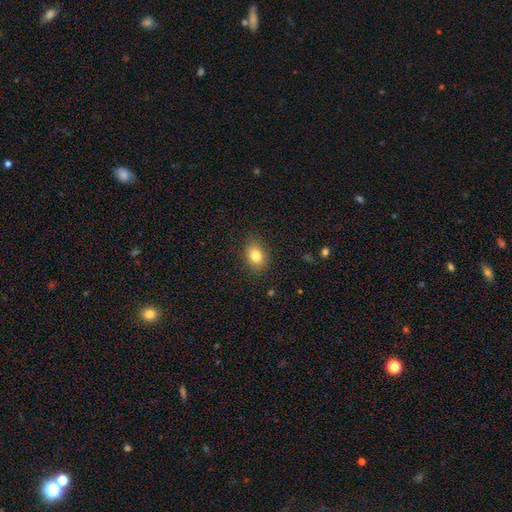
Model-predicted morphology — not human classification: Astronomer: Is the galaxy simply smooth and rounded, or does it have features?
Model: smooth — 81%.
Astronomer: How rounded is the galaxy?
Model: in between — 64%.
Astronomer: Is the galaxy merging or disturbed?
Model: none — 86%.